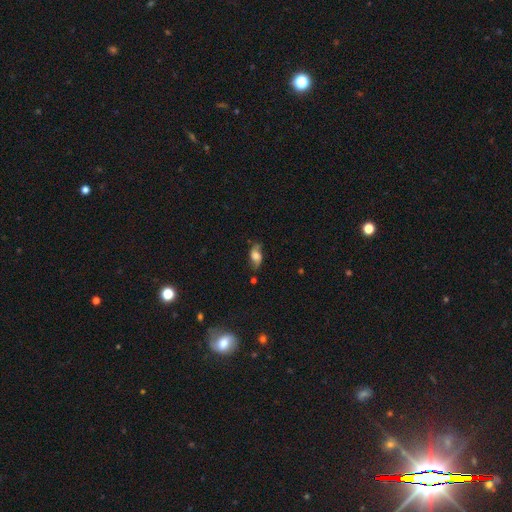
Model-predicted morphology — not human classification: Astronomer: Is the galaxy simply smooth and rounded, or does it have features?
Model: smooth — 45% (runner-up: featured or disk, 44%).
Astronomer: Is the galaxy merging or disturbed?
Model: none — 65%.